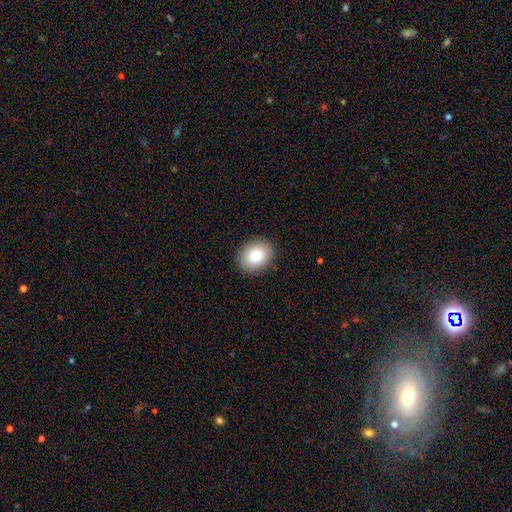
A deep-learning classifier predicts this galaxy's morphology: smooth-or-featured: smooth: 82% | featured or disk: 9% | star or artifact: 9%
  how-rounded: round: 50% | in between: 49% | cigar-shaped: 1%
  merging: none: 90% | minor disturbance: 7% | major disturbance: 2% | merger: 1%